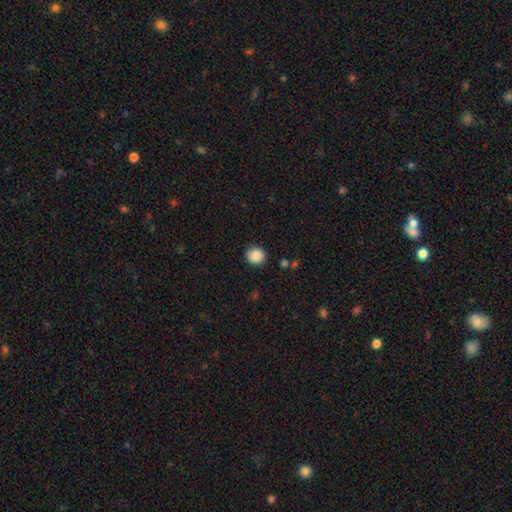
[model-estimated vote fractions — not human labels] The model was most divided on "how rounded": round: 87%, in between: 13%, cigar-shaped: 1%. More confident: merging — none (88%); smooth or featured — smooth (88%).